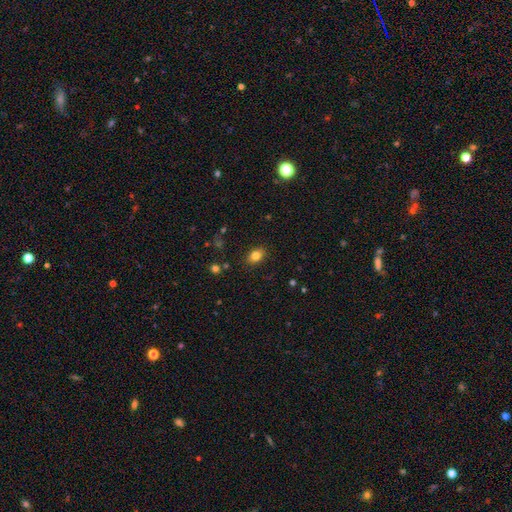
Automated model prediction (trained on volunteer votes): smooth_or_featured: smooth (p=0.81) [alt: star or artifact p=0.11]
how_rounded: in between (p=0.76) [alt: round p=0.23]
merging: none (p=0.87) [alt: minor disturbance p=0.09]